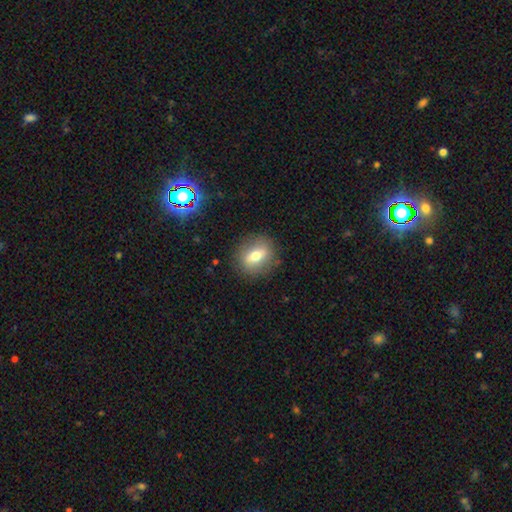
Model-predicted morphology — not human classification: This is possibly a smooth galaxy (57%). How rounded: possibly round (58%). Merging: clearly none (85%).